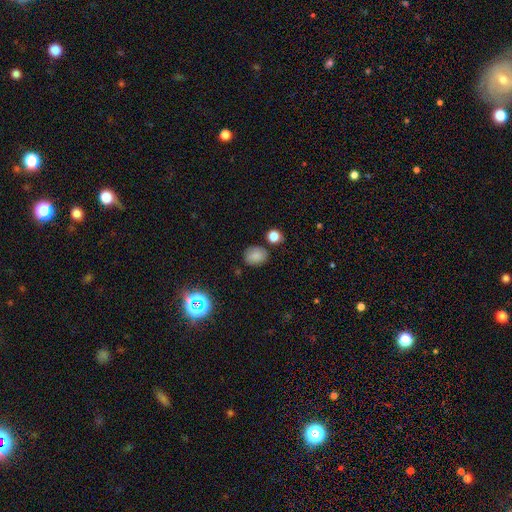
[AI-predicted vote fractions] Smooth or featured? Predicted: smooth (p=0.78). How rounded? Predicted: round (p=0.50). Merging? Predicted: none (p=0.77).